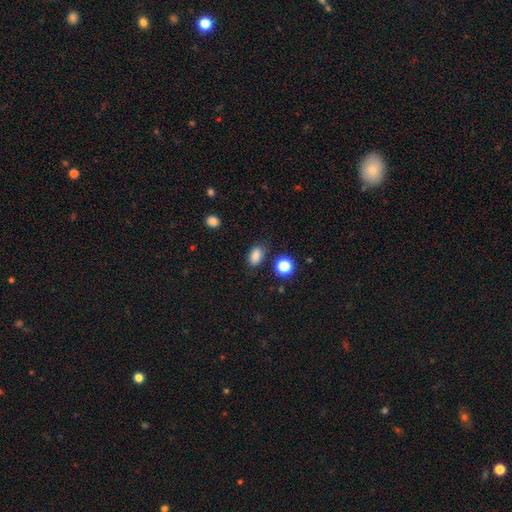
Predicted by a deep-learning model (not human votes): Smooth or featured: smooth — 83% (star or artifact — 12%)
How rounded: in between — 83% (round — 15%)
Merging: none — 78% (minor disturbance — 15%)